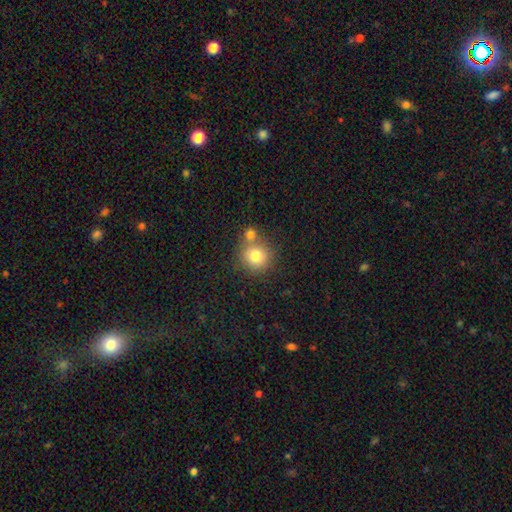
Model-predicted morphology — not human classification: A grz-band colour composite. It shows a smooth galaxy with no disk features (78%) that is round (90%). Merging: none (57%).